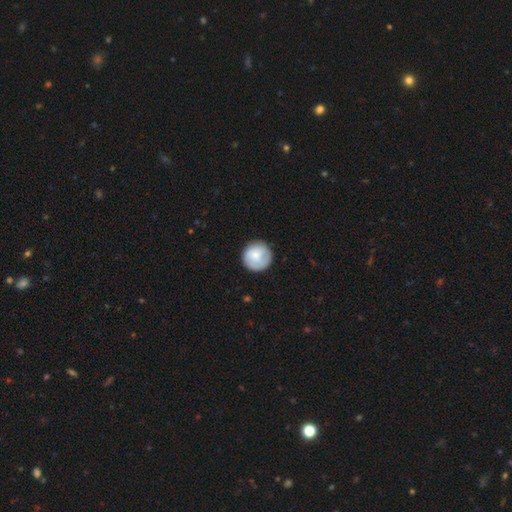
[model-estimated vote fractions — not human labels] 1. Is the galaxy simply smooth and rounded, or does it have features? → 79% smooth, 15% featured or disk, 6% star or artifact.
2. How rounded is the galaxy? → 95% round, 4% in between, 1% cigar-shaped.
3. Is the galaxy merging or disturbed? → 84% none, 12% minor disturbance, 3% major disturbance, 1% merger.